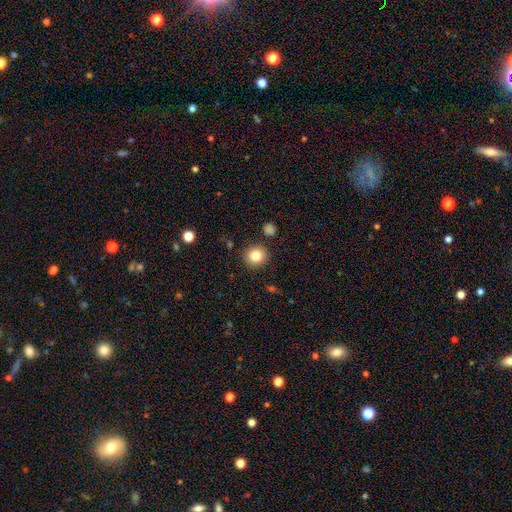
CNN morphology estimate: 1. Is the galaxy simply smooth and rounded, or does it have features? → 84% smooth, 10% star or artifact, 6% featured or disk.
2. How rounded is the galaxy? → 90% round, 9% in between, 1% cigar-shaped.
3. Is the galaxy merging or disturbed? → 89% none, 7% minor disturbance, 2% merger, 2% major disturbance.